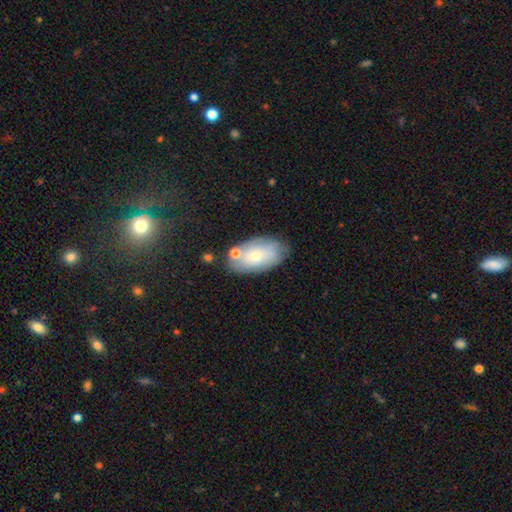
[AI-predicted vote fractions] smooth 60%, featured or disk 32%, star or artifact 8%. Down the decision tree: how rounded — in between (92%); merging — none (65%).